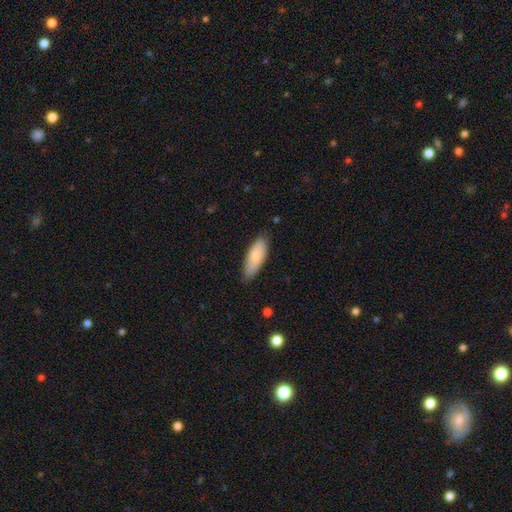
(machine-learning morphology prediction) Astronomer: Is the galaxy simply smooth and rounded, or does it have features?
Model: smooth — 79%.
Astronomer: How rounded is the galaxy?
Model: in between — 74%.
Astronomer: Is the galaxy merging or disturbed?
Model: none — 78%.